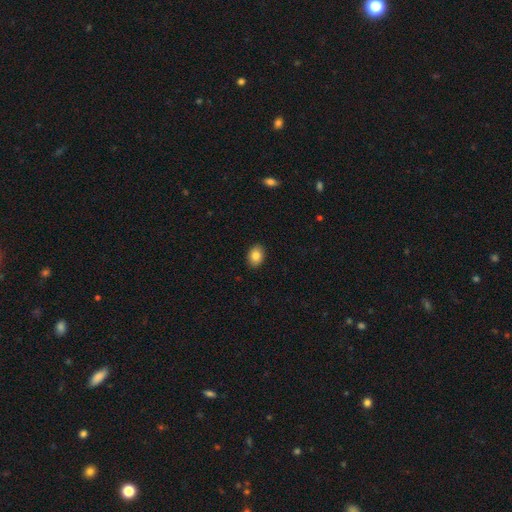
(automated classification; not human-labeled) A smooth galaxy with no disk features (84%) that is in between round and cigar-shaped (70%).

Vote fractions:
- Smooth or featured? smooth: 84% / star or artifact: 8% / featured or disk: 7%
- How rounded? in between: 70% / round: 29% / cigar-shaped: 1%
- Merging? none: 90% / minor disturbance: 7% / major disturbance: 2% / merger: 1%